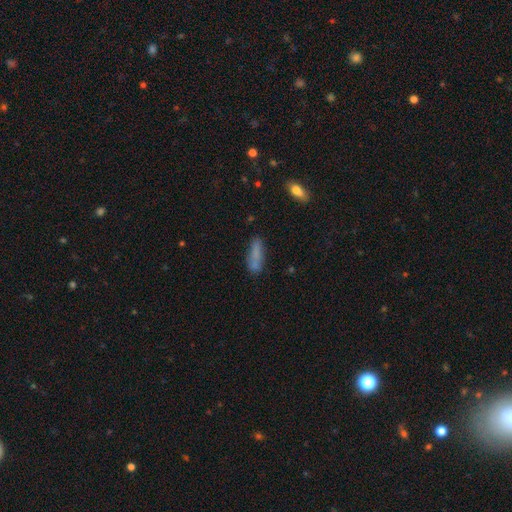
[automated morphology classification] Q: Smooth or featured?
A: smooth (74%); runner-up: featured or disk (16%)
Q: How rounded?
A: cigar-shaped (55%); runner-up: in between (42%)
Q: Merging?
A: none (63%); runner-up: minor disturbance (21%)